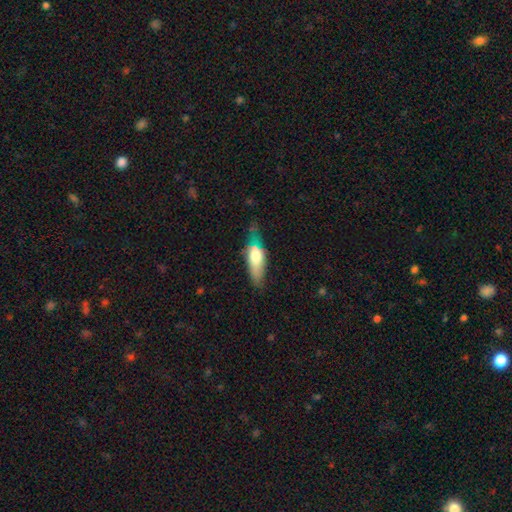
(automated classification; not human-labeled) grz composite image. It shows a smooth galaxy with no disk features (63%) that is in between round and cigar-shaped (58%). Merging: none (56%).